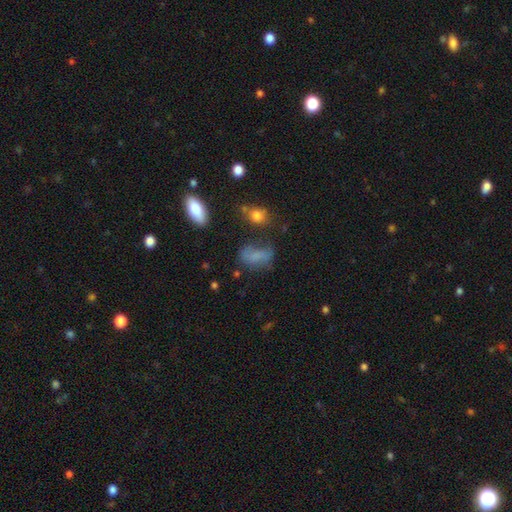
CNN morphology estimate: Smooth or featured?
  - smooth: 65% *
  - featured or disk: 19%
  - star or artifact: 16%
How rounded?
  - in between: 83% *
  - round: 11%
  - cigar-shaped: 6%
Merging?
  - none: 43% *
  - minor disturbance: 27%
  - major disturbance: 22%
  - merger: 8%